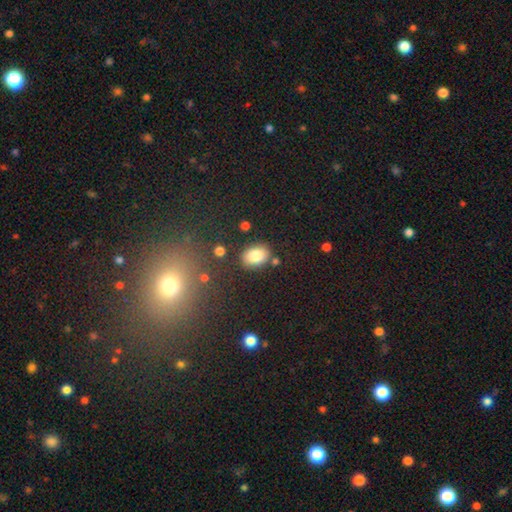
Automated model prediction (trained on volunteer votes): Smooth or featured?
  - smooth: 83% *
  - star or artifact: 9%
  - featured or disk: 8%
How rounded?
  - in between: 74% *
  - round: 24%
  - cigar-shaped: 1%
Merging?
  - none: 79% *
  - minor disturbance: 12%
  - merger: 6%
  - major disturbance: 3%